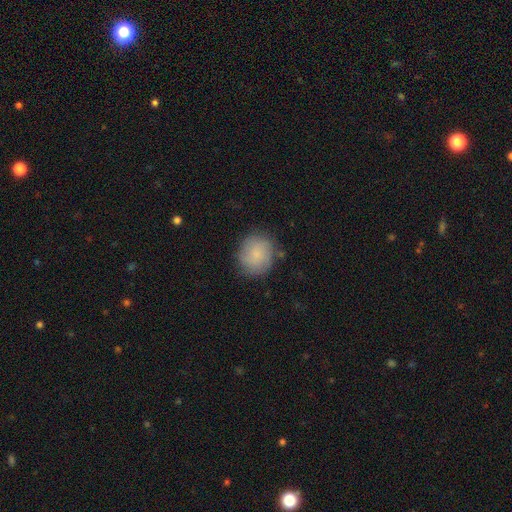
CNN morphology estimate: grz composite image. It shows a smooth galaxy with no disk features (77%) that is round (80%). Merging: none (78%).